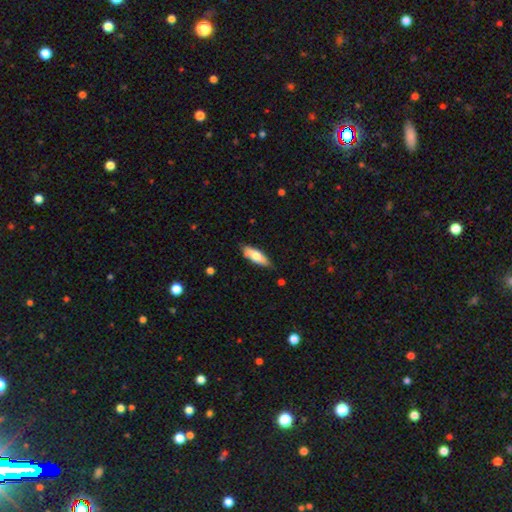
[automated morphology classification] This appears to be a smooth galaxy with no disk features (72%) that is in between round and cigar-shaped (63%). Merging: none (77%).